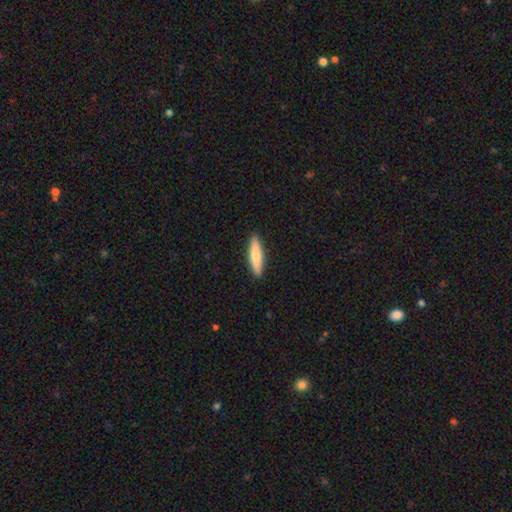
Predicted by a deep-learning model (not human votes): smooth 66%, featured or disk 29%, star or artifact 5%. Down the decision tree: how rounded — cigar-shaped (76%); merging — none (91%).